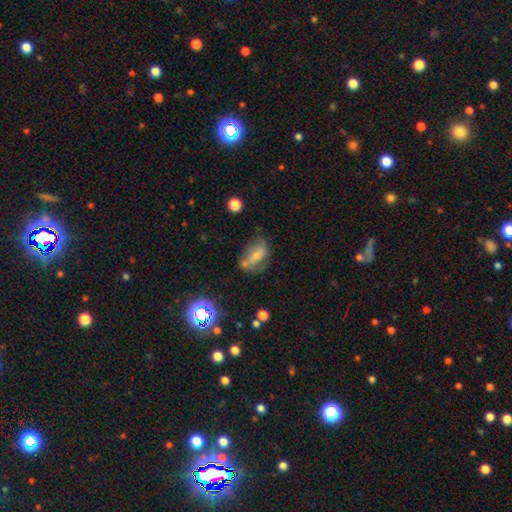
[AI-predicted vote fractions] Smooth or featured? smooth (45%)
Merging? none (43%)